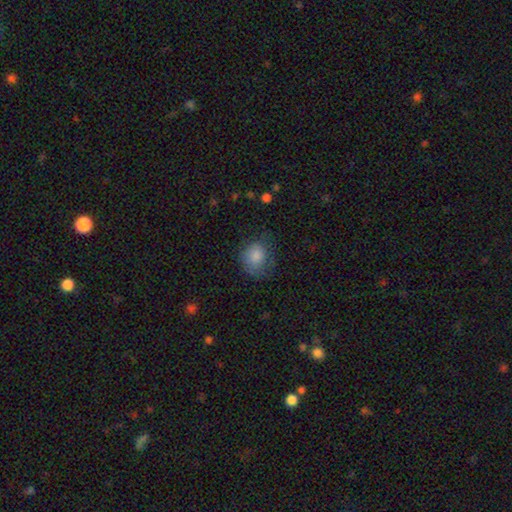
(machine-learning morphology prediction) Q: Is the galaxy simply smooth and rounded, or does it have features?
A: smooth — 82%.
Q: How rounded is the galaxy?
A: round — 66%.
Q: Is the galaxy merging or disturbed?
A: none — 58%.